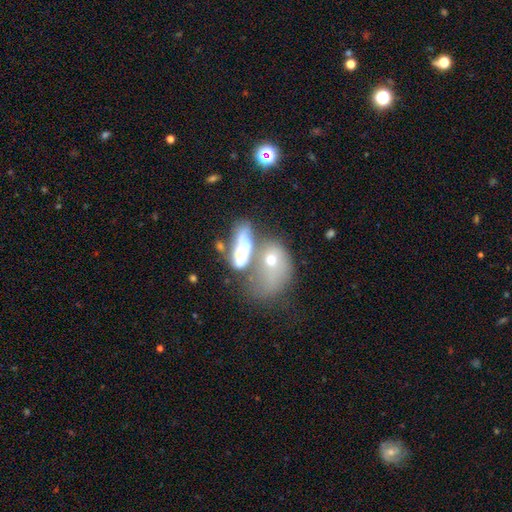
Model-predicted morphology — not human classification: smooth_or_featured: smooth (p=0.46) [alt: featured or disk p=0.41]
merging: merger (p=0.54) [alt: none p=0.29]